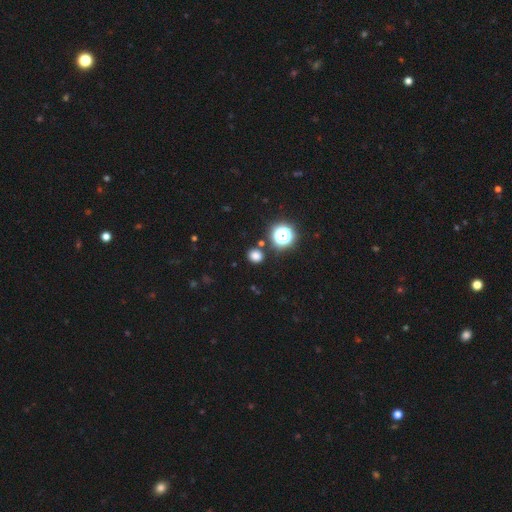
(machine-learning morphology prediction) A smooth galaxy with no disk features (76%) that is round (82%). Merging: none (87%).